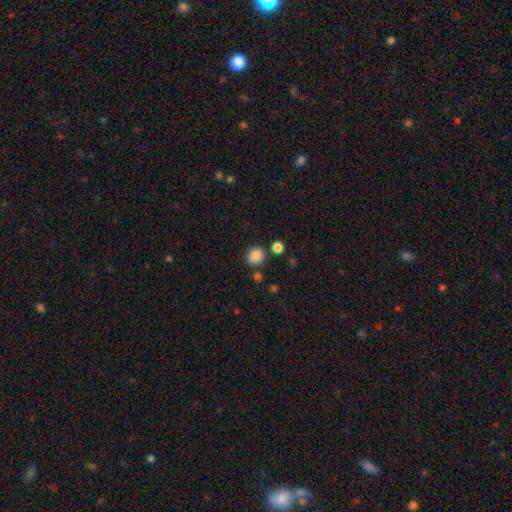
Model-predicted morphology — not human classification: Smooth or featured: smooth — 86% (star or artifact — 10%)
How rounded: round — 76% (in between — 23%)
Merging: none — 81% (minor disturbance — 10%)